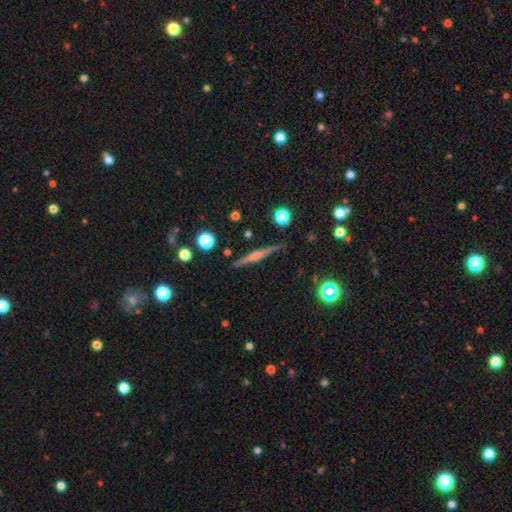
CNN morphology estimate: A featured or disk galaxy (68%) viewed edge-on (98%) with a rounded central bulge (59%). Merging: none (89%).